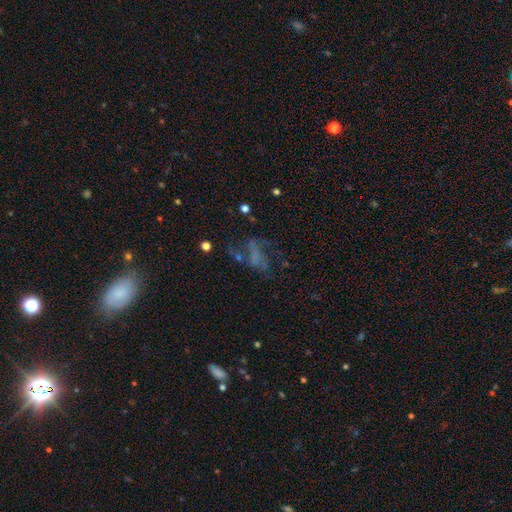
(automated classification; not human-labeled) The model was most divided on "merging": major disturbance: 39%, none: 35%, minor disturbance: 17%, merger: 9%. Remaining: smooth or featured — featured or disk (44%).